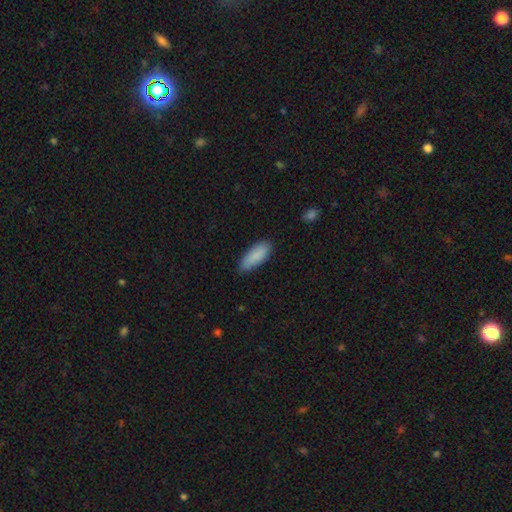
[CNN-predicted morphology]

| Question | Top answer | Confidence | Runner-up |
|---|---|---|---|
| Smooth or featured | smooth | 88% | featured or disk (7%) |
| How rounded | in between | 76% | cigar-shaped (22%) |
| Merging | none | 77% | minor disturbance (19%) |